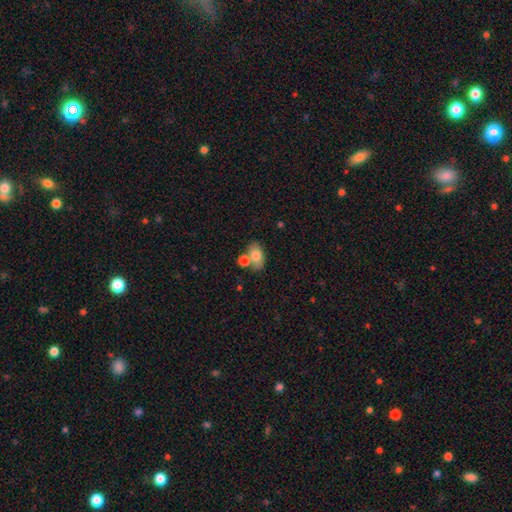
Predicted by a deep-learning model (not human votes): Smooth or featured? smooth (76%)
How rounded? in between (86%)
Merging? none (56%)